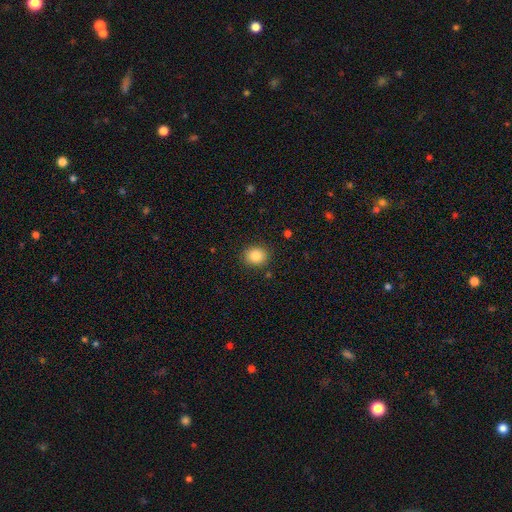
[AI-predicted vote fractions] A smooth galaxy with no disk features (85%) that is round (66%).

Vote fractions:
- Smooth or featured? smooth: 85% / star or artifact: 9% / featured or disk: 6%
- How rounded? round: 66% / in between: 33% / cigar-shaped: 1%
- Merging? none: 88% / minor disturbance: 8% / major disturbance: 3% / merger: 1%